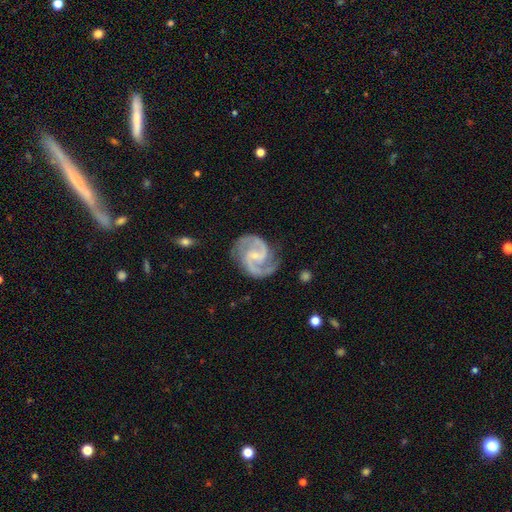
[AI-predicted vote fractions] Morphology: type=featured or disk (93%); edge-on=no (98%); bar=weak (48%); spiral arms=yes (98%); winding=medium (64%); arm count=2 (92%); bulge=small (67%); merging=none (77%).